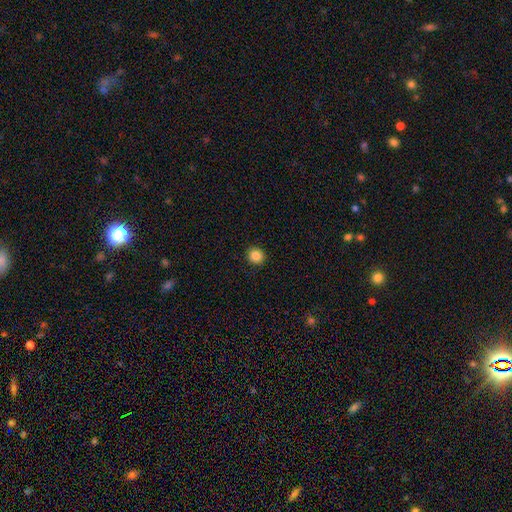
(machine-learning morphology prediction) Q: Smooth or featured?
A: smooth (86%); runner-up: star or artifact (10%)
Q: How rounded?
A: round (87%); runner-up: in between (12%)
Q: Merging?
A: none (92%); runner-up: minor disturbance (5%)